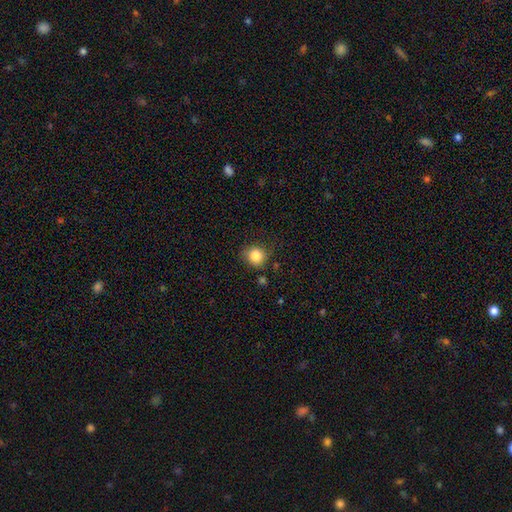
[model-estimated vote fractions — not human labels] Smooth or featured: smooth — 84% (star or artifact — 10%)
How rounded: round — 83% (in between — 16%)
Merging: none — 78% (minor disturbance — 15%)